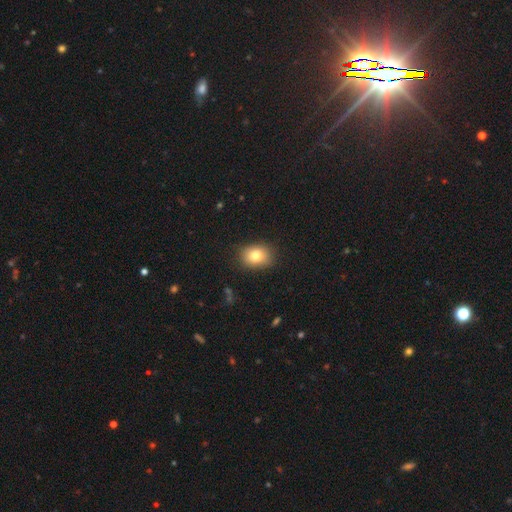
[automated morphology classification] A smooth galaxy with no disk features (80%) that is in between round and cigar-shaped (58%).

Vote fractions:
- Smooth or featured? smooth: 80% / star or artifact: 10% / featured or disk: 10%
- How rounded? in between: 58% / round: 41% / cigar-shaped: 1%
- Merging? none: 85% / minor disturbance: 11% / major disturbance: 3% / merger: 1%